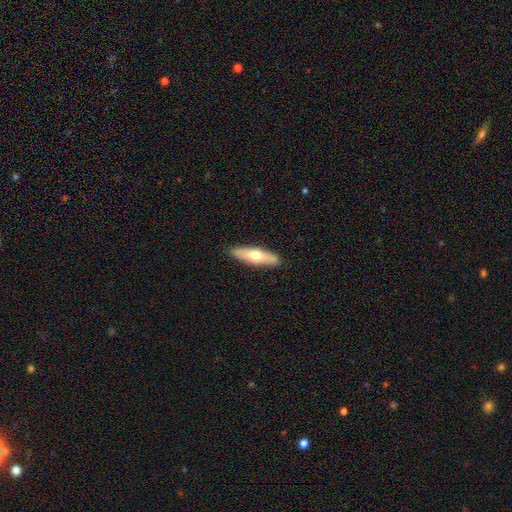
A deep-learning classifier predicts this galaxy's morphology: Smooth or featured? smooth (56%)
How rounded? cigar-shaped (61%)
Merging? none (89%)